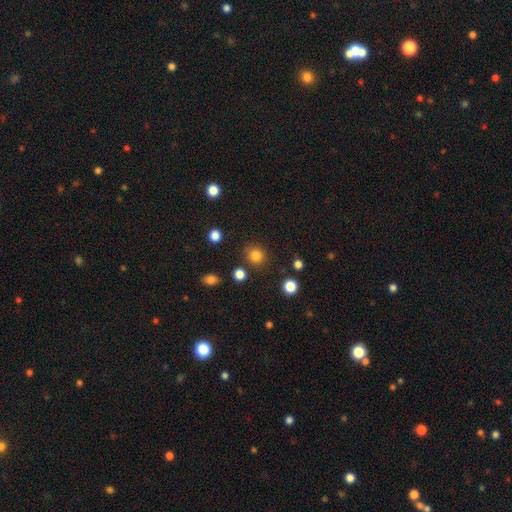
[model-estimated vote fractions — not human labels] smooth 82%, star or artifact 13%, featured or disk 5%. Down the decision tree: how rounded — round (85%); merging — none (83%).